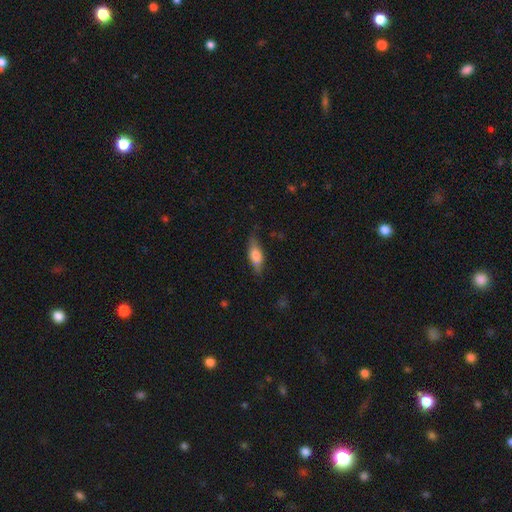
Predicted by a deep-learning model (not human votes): smooth-or-featured: smooth: 63% | featured or disk: 30% | star or artifact: 7%
  how-rounded: in between: 66% | cigar-shaped: 30% | round: 4%
  merging: none: 71% | minor disturbance: 22% | major disturbance: 6% | merger: 2%